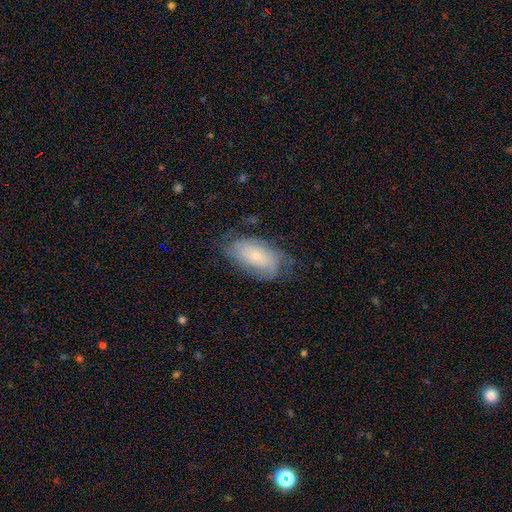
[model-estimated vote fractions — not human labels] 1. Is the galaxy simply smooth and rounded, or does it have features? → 50% featured or disk, 42% smooth, 8% star or artifact.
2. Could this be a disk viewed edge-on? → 92% no, 8% yes.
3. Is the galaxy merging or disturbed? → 63% none, 25% minor disturbance, 11% major disturbance, 1% merger.